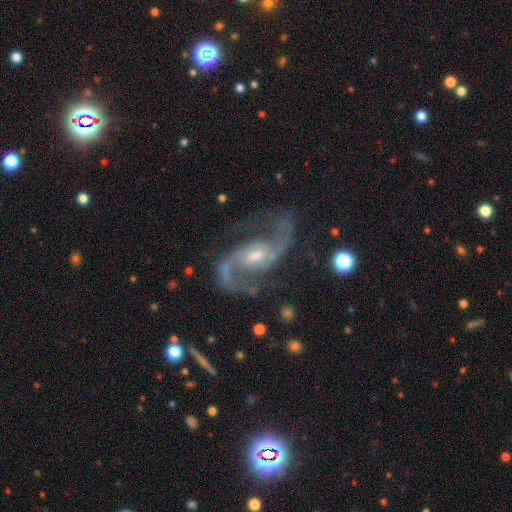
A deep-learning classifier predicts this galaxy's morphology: A featured or disk galaxy (93%) with a weak bar (55%), 2 (94%) loose (46%) spiral arms (98%) and a moderate central bulge (51%).

Vote fractions:
- Smooth or featured? featured or disk: 93% / star or artifact: 4% / smooth: 3%
- Edge-on disk? no: 98% / yes: 2%
- Bar? weak: 55% / no: 28% / strong: 17%
- Spiral arms? yes: 98% / no: 2%
- Spiral winding? loose: 46% / medium: 45% / tight: 9%
- Spiral arm count? 2: 94% / can't tell: 2% / 3: 1% / 1: 1% / 4: 1% / more than 4: 1%
- Bulge size? moderate: 51% / small: 41% / large: 4% / none: 3% / dominant: 1%
- Merging? none: 72% / minor disturbance: 15% / major disturbance: 10% / merger: 2%